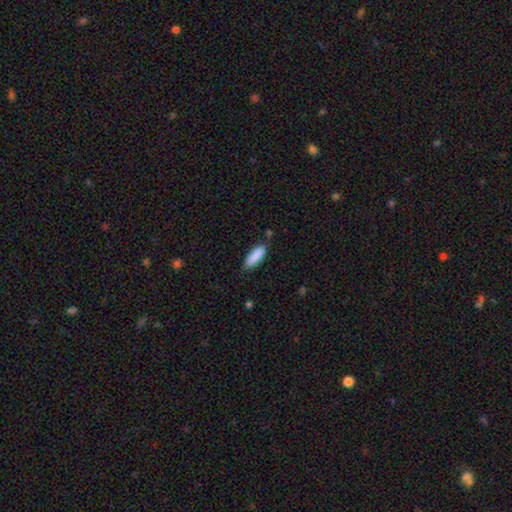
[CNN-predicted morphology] Smooth or featured: smooth — 88% (star or artifact — 6%)
How rounded: in between — 53% (cigar-shaped — 45%)
Merging: none — 79% (minor disturbance — 15%)